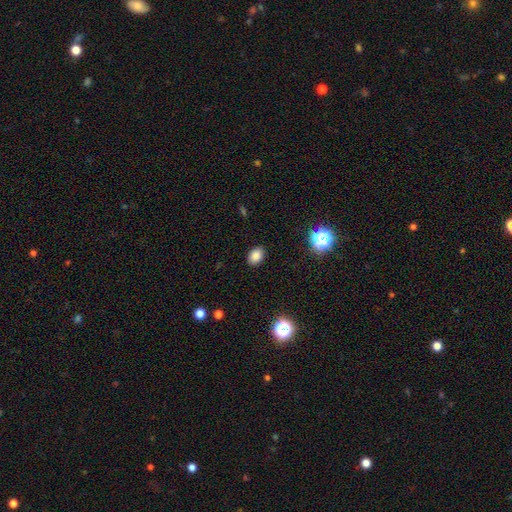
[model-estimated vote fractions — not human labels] smooth_or_featured: smooth (p=0.84) [alt: star or artifact p=0.12]
how_rounded: in between (p=0.77) [alt: round p=0.22]
merging: none (p=0.88) [alt: minor disturbance p=0.08]